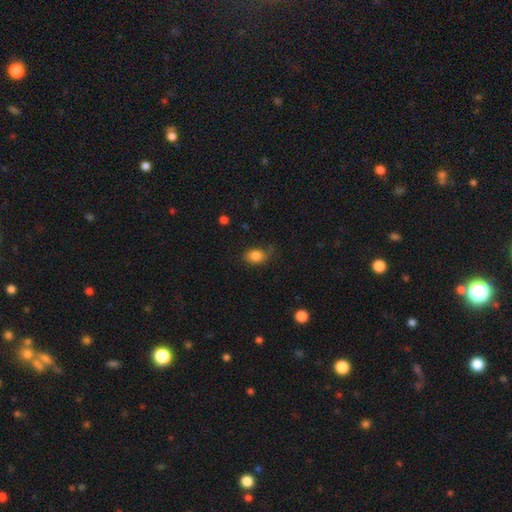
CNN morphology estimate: Q: Smooth or featured?
A: smooth (83%); runner-up: star or artifact (9%)
Q: How rounded?
A: in between (68%); runner-up: round (31%)
Q: Merging?
A: none (64%); runner-up: minor disturbance (26%)